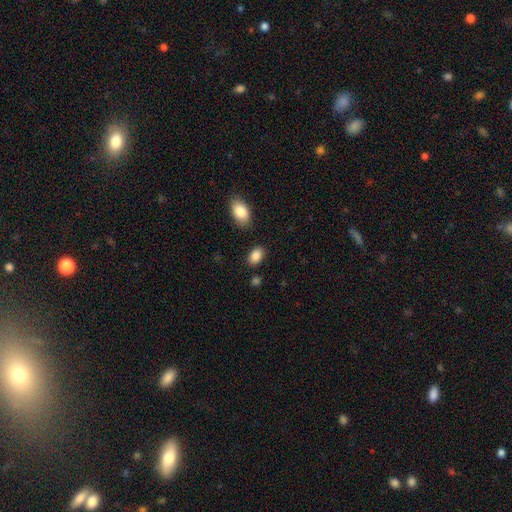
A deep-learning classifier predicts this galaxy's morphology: type=smooth (88%); roundness=in between (89%); merging=none (84%).